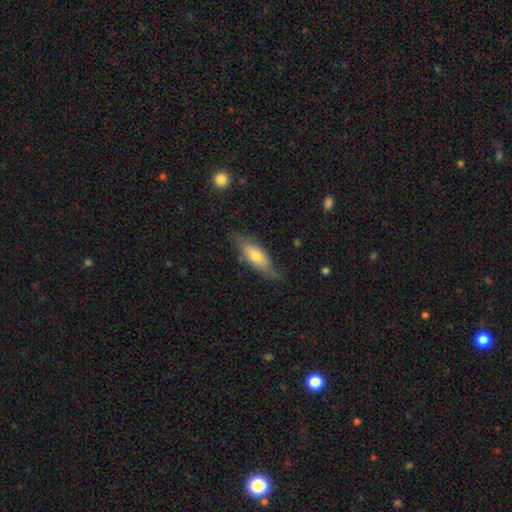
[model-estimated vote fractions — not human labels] Overall: smooth (59%; featured or disk 35%). How rounded: in between (62%; cigar-shaped 36%). Merging: none (67%).